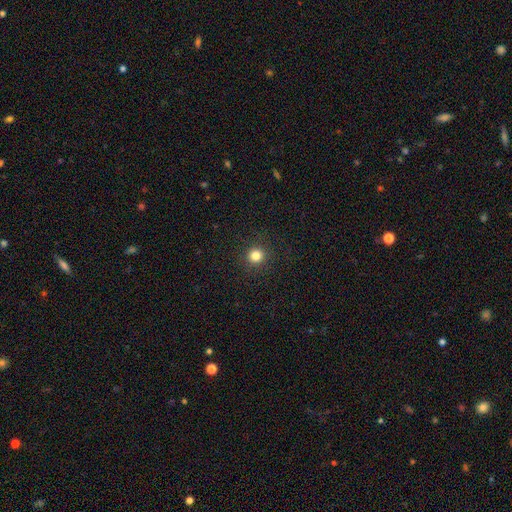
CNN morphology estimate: smooth 82%, star or artifact 13%, featured or disk 5%. Down the decision tree: how rounded — round (94%); merging — none (92%).